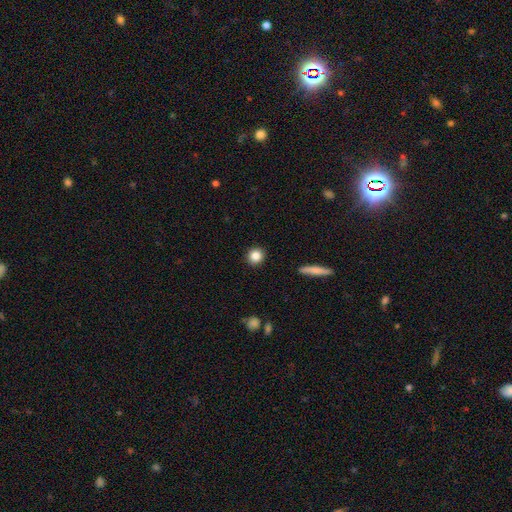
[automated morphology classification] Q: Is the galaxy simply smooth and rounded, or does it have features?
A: smooth — 84%.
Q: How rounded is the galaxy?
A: round — 89%.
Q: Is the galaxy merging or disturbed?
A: none — 92%.